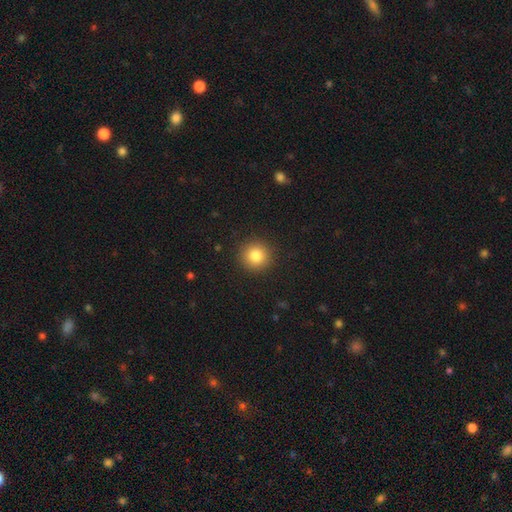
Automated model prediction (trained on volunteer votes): smooth 83%, star or artifact 11%, featured or disk 6%. Down the decision tree: how rounded — round (94%); merging — none (92%).